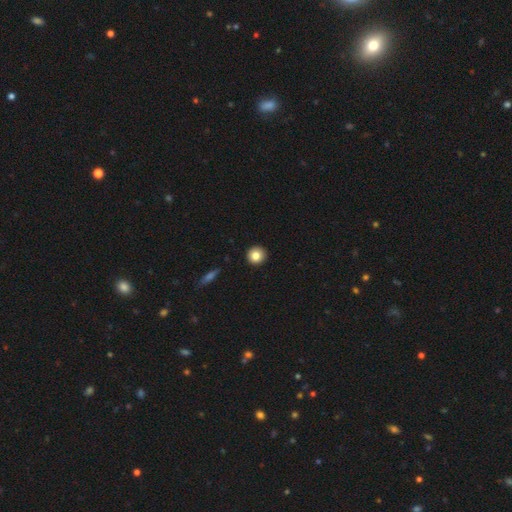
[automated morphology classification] The model was most divided on "smooth or featured": smooth: 83%, star or artifact: 10%, featured or disk: 7%. More confident: how rounded — round (93%); merging — none (93%).